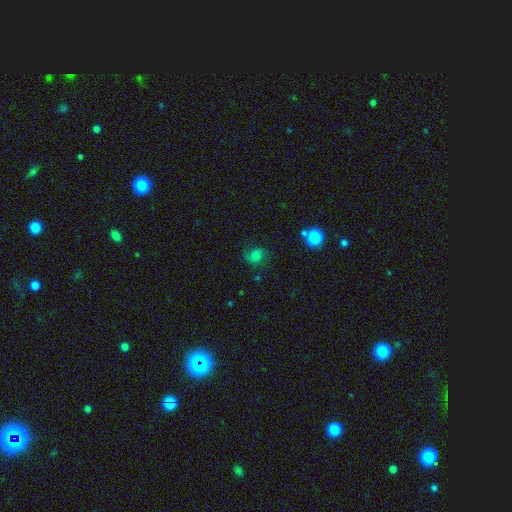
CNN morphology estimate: A smooth galaxy with no disk features (70%) that is round (68%). Merging: none (59%).